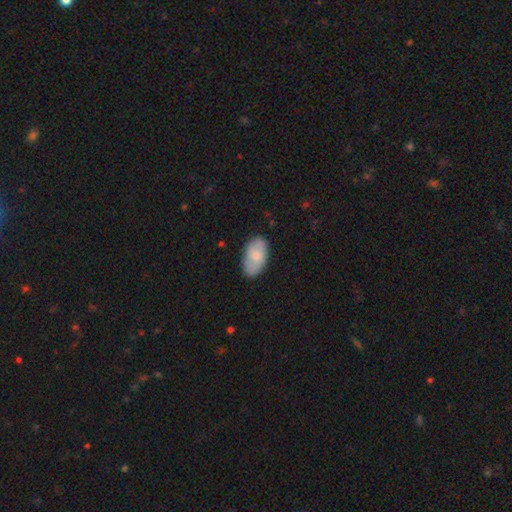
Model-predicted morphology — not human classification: Smooth or featured? Predicted: smooth (p=0.72). How rounded? Predicted: in between (p=0.94). Merging? Predicted: none (p=0.80).